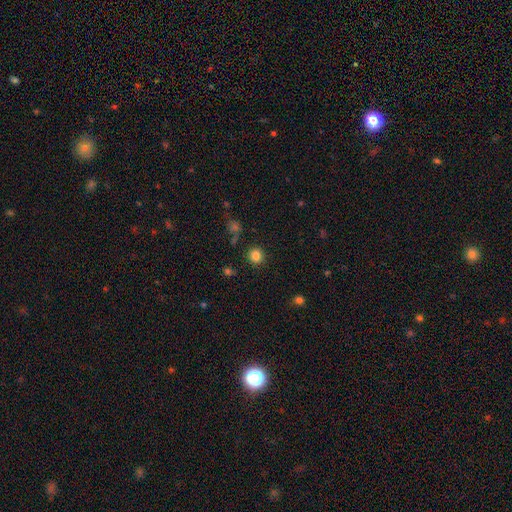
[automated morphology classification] Smooth or featured? smooth (83%)
How rounded? round (90%)
Merging? none (88%)